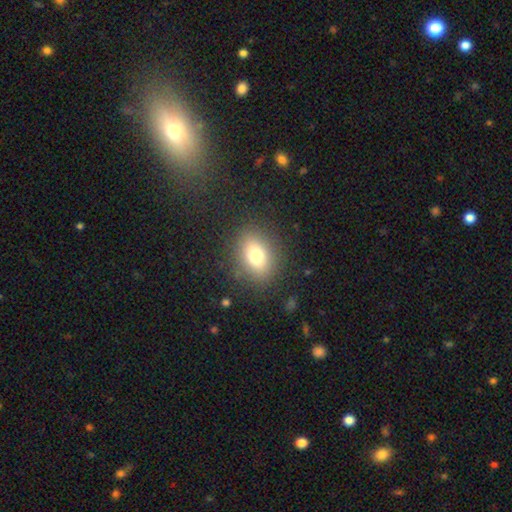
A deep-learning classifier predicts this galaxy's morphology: The model was most divided on "how rounded": in between: 60%, round: 38%, cigar-shaped: 2%. More confident: merging — none (84%); smooth or featured — smooth (74%).